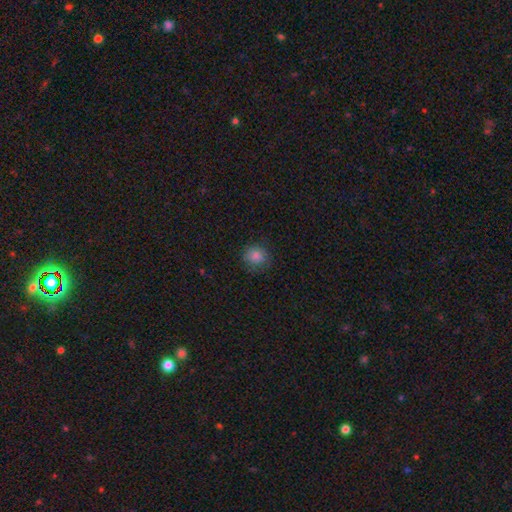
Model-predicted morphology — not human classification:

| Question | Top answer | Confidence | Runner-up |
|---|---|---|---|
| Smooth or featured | smooth | 83% | star or artifact (12%) |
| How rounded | round | 82% | in between (17%) |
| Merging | none | 82% | minor disturbance (13%) |